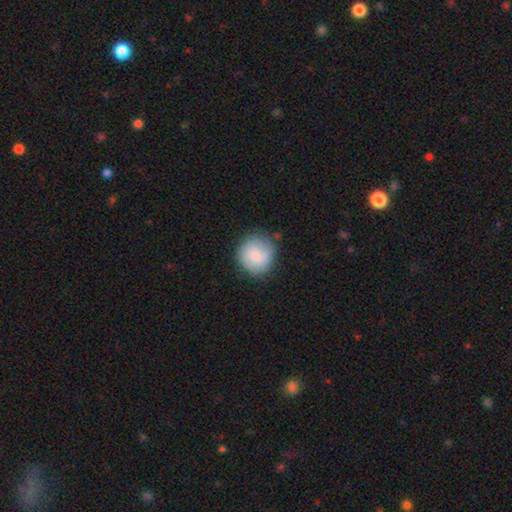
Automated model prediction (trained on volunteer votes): smooth-or-featured: smooth: 74% | featured or disk: 19% | star or artifact: 7%
  how-rounded: round: 90% | in between: 9% | cigar-shaped: 1%
  merging: none: 76% | minor disturbance: 17% | major disturbance: 5% | merger: 2%